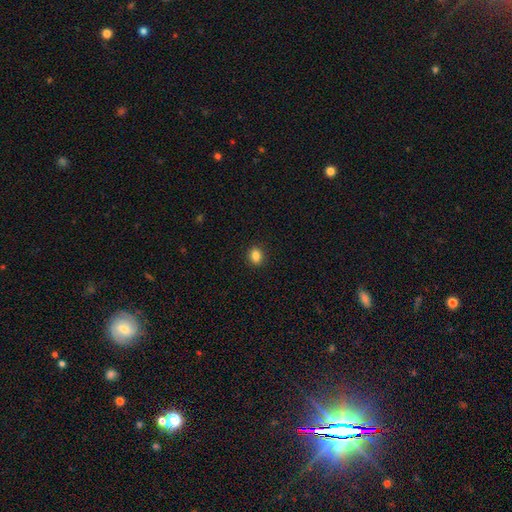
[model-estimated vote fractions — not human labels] smooth_or_featured: smooth (p=0.85) [alt: star or artifact p=0.10]
how_rounded: in between (p=0.53) [alt: round p=0.45]
merging: none (p=0.90) [alt: minor disturbance p=0.07]